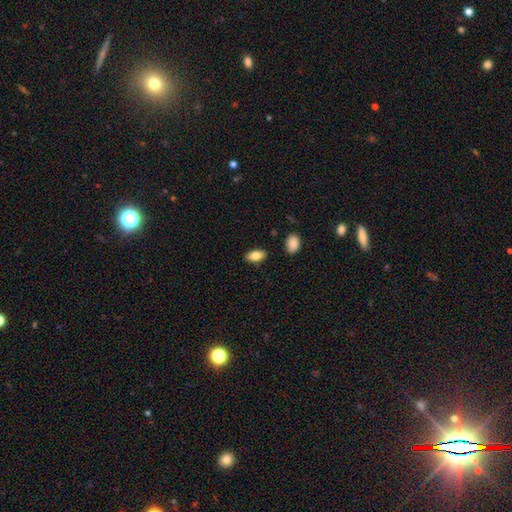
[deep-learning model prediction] Smooth or featured: smooth — 82% (featured or disk — 11%)
How rounded: in between — 92% (cigar-shaped — 4%)
Merging: none — 87% (minor disturbance — 9%)